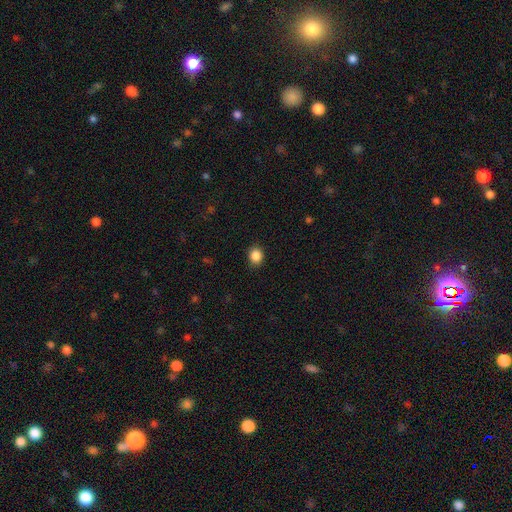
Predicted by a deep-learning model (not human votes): Morphology: type=smooth (87%); roundness=round (65%); merging=none (86%).